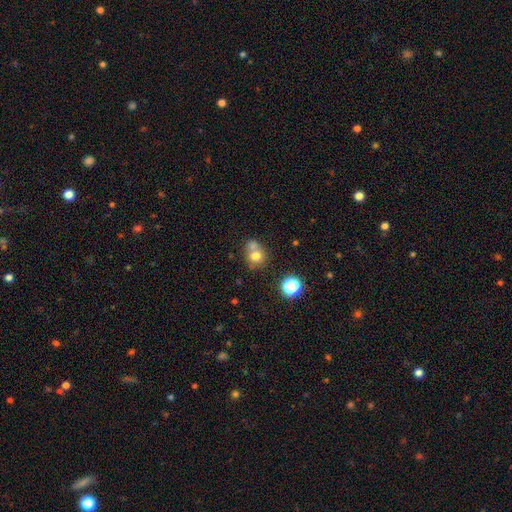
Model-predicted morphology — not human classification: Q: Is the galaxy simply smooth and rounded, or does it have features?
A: smooth — 72%.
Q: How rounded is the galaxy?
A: round — 78%.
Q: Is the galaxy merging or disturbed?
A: merger — 45%.